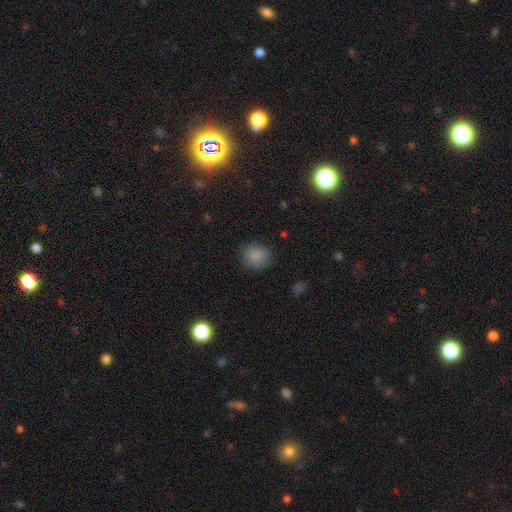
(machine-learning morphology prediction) This appears to be a smooth galaxy with no disk features (85%) that is round (72%). Merging: none (81%).